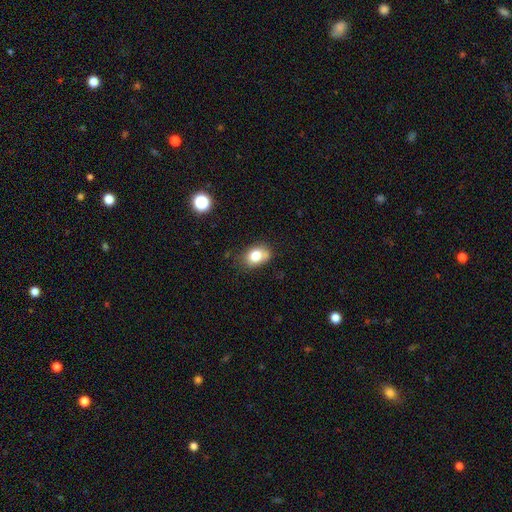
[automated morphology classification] This appears to be a smooth galaxy with no disk features (78%) that is in between round and cigar-shaped (70%). Merging: none (63%).